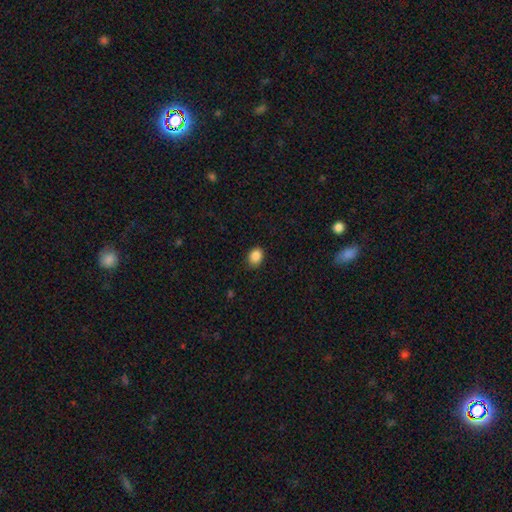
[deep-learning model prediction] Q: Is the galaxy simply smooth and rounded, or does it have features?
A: smooth — 87%.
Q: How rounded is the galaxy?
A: in between — 54%.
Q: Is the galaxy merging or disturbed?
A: none — 84%.